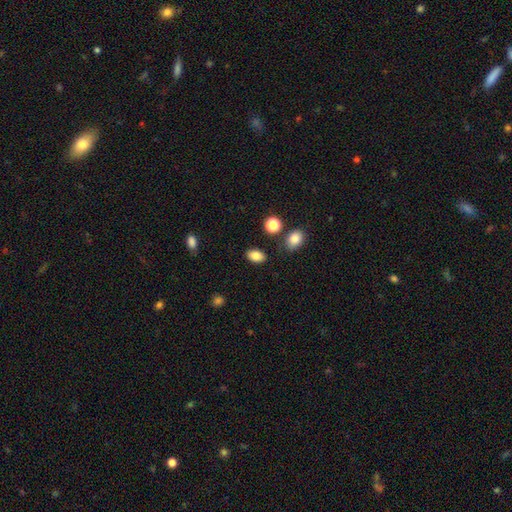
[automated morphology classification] Overall: smooth (85%). How rounded: in between (87%). Merging: none (83%).